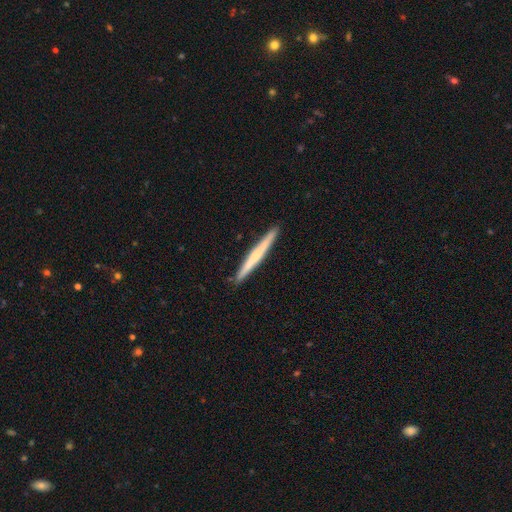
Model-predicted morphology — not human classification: Q: Smooth or featured?
A: smooth (49%); runner-up: featured or disk (46%)
Q: Merging?
A: none (92%); runner-up: minor disturbance (6%)